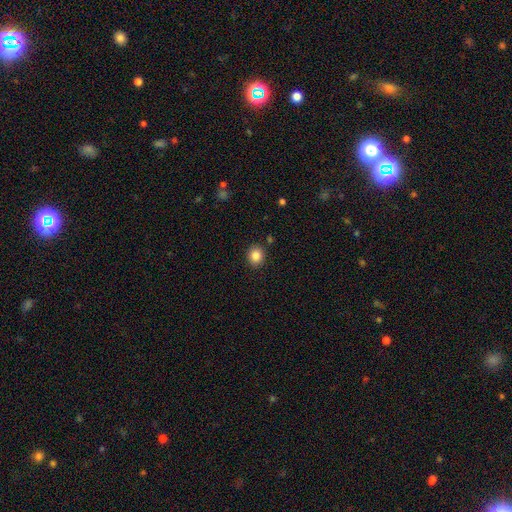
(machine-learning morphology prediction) The model was most divided on "how rounded": round: 81%, in between: 18%, cigar-shaped: 1%. More confident: merging — none (89%); smooth or featured — smooth (85%).